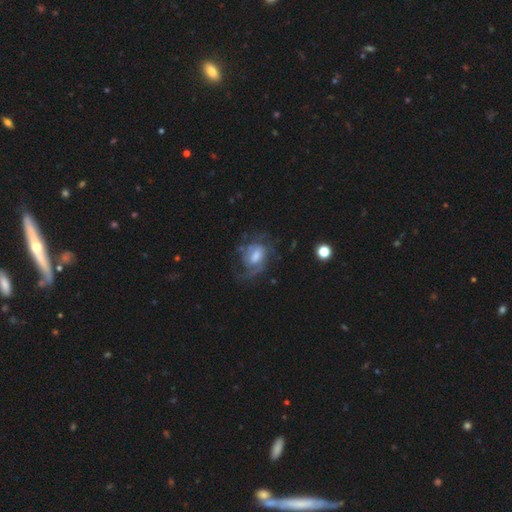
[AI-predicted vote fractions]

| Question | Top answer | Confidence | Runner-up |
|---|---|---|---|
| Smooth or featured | featured or disk | 71% | smooth (20%) |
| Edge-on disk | no | 96% | yes (4%) |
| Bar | weak | 46% | no (43%) |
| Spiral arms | yes | 83% | no (17%) |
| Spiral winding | medium | 42% | tight (38%) |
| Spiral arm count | can't tell | 36% | 2 (32%) |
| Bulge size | moderate | 46% | small (22%) |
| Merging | none | 53% | major disturbance (24%) |